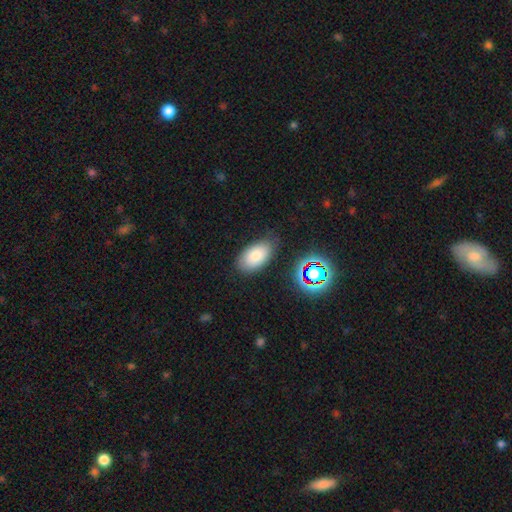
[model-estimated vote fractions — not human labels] Smooth or featured?
  - smooth: 77% *
  - featured or disk: 13%
  - star or artifact: 11%
How rounded?
  - in between: 93% *
  - round: 5%
  - cigar-shaped: 2%
Merging?
  - none: 75% *
  - minor disturbance: 18%
  - major disturbance: 4%
  - merger: 2%